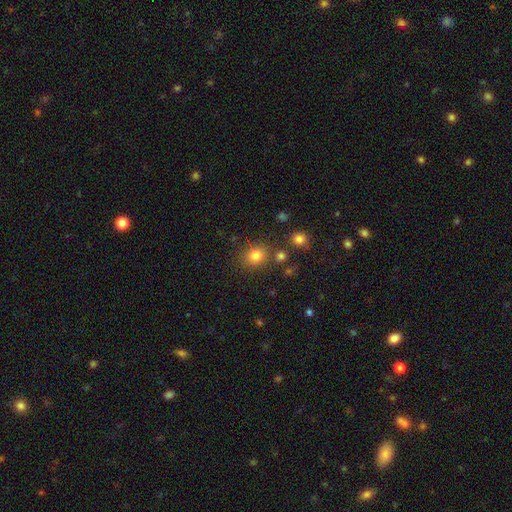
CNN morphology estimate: The model was most divided on "how rounded": round: 71%, in between: 28%, cigar-shaped: 1%. More confident: smooth or featured — smooth (79%); merging — none (78%).